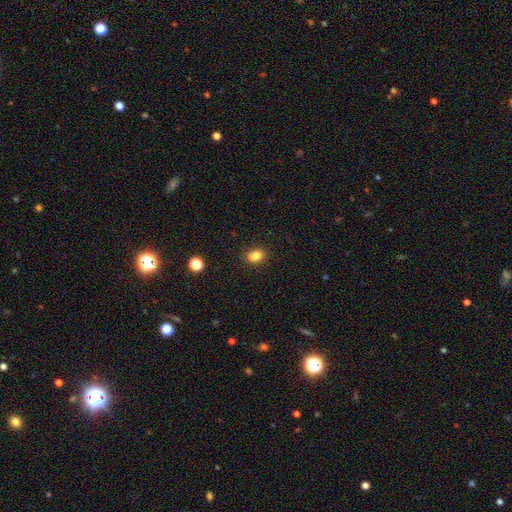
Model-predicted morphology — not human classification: A smooth galaxy with no disk features (83%) that is in between round and cigar-shaped (59%).

Vote fractions:
- Smooth or featured? smooth: 83% / star or artifact: 11% / featured or disk: 6%
- How rounded? in between: 59% / round: 40% / cigar-shaped: 1%
- Merging? none: 86% / minor disturbance: 10% / major disturbance: 2% / merger: 2%